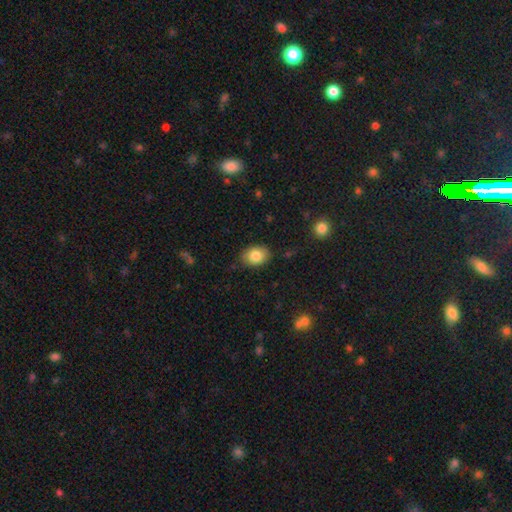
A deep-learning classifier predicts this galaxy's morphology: smooth_or_featured: smooth (p=0.83) [alt: featured or disk p=0.09]
how_rounded: in between (p=0.75) [alt: round p=0.24]
merging: none (p=0.84) [alt: minor disturbance p=0.12]